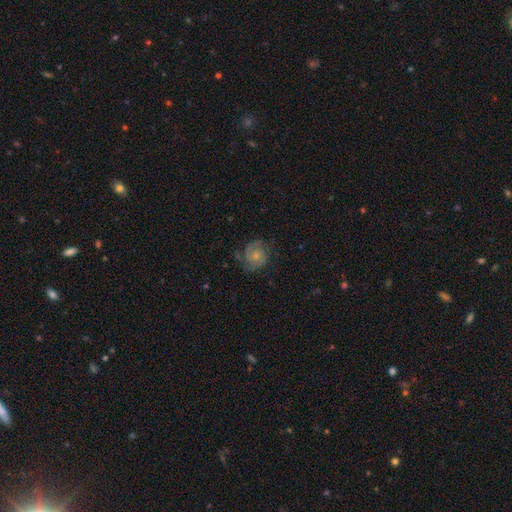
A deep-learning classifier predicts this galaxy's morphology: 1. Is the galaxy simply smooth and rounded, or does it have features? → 64% featured or disk, 28% smooth, 8% star or artifact.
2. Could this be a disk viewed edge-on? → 98% no, 2% yes.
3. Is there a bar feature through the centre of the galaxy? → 77% no, 20% weak, 3% strong.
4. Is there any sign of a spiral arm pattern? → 89% yes, 11% no.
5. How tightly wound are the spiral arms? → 47% tight, 38% medium, 15% loose.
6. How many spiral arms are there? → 54% 2, 20% can't tell, 12% 3, 8% 1, 3% 4, 3% more than 4.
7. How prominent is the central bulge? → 62% small, 29% moderate, 6% none, 2% large, 1% dominant.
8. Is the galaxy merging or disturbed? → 63% none, 23% minor disturbance, 12% major disturbance, 2% merger.